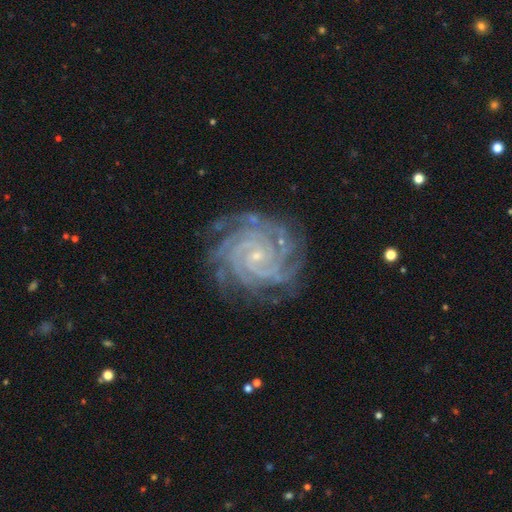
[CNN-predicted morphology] The model was most divided on "spiral arm count": more than 4: 26%, 4: 25%, can't tell: 17%, 3: 13%, 2: 10%, 1: 9%. More confident: spiral arms — yes (98%); edge-on disk — no (98%); smooth or featured — featured or disk (88%); bulge size — small (84%); spiral winding — tight (82%); merging — none (81%); bar — no (69%).